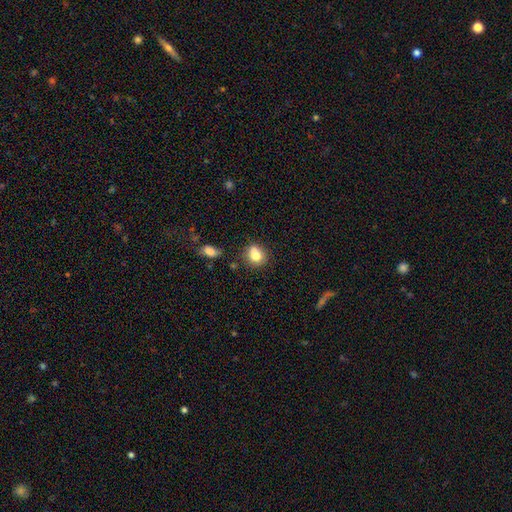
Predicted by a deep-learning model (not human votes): Smooth or featured?
  - smooth: 77% *
  - featured or disk: 12%
  - star or artifact: 10%
How rounded?
  - round: 61% *
  - in between: 37%
  - cigar-shaped: 1%
Merging?
  - none: 54% *
  - merger: 21%
  - minor disturbance: 20%
  - major disturbance: 6%